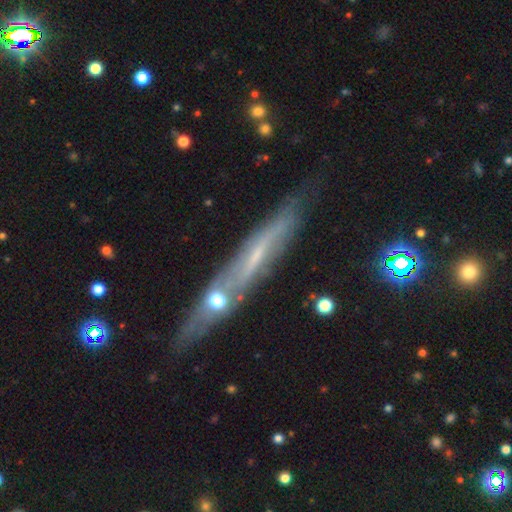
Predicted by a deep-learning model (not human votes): Smooth or featured?
  - featured or disk: 67% *
  - smooth: 24%
  - star or artifact: 9%
Edge-on disk?
  - yes: 73% *
  - no: 27%
Merging?
  - none: 73% *
  - minor disturbance: 16%
  - merger: 6%
  - major disturbance: 4%